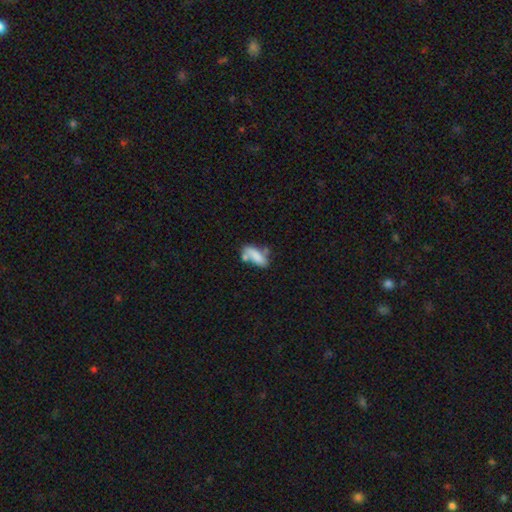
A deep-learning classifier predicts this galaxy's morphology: This is likely a smooth galaxy (73%). How rounded: likely in between (70%). Merging: marginally none (43%).